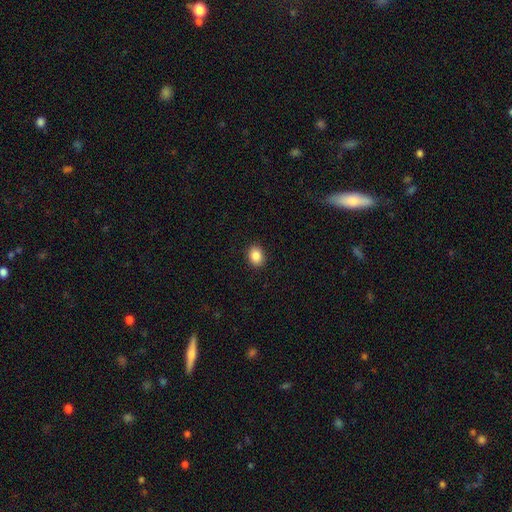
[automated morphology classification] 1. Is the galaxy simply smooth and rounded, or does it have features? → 87% smooth, 9% star or artifact, 4% featured or disk.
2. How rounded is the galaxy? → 57% in between, 42% round, 1% cigar-shaped.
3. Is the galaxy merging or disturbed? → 91% none, 6% minor disturbance, 2% major disturbance, 1% merger.